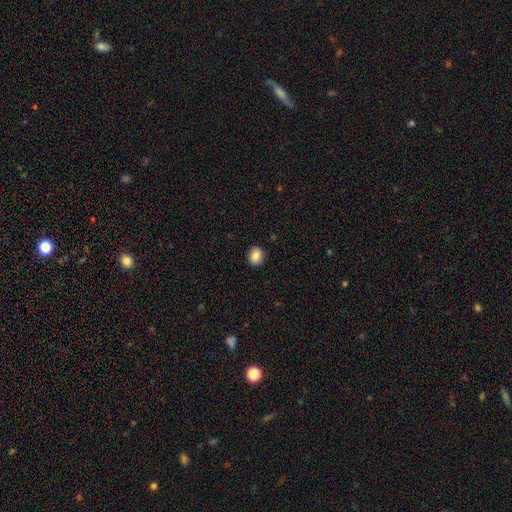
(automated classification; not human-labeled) smooth 85%, star or artifact 8%, featured or disk 7%. Down the decision tree: how rounded — round (56%); merging — none (89%).